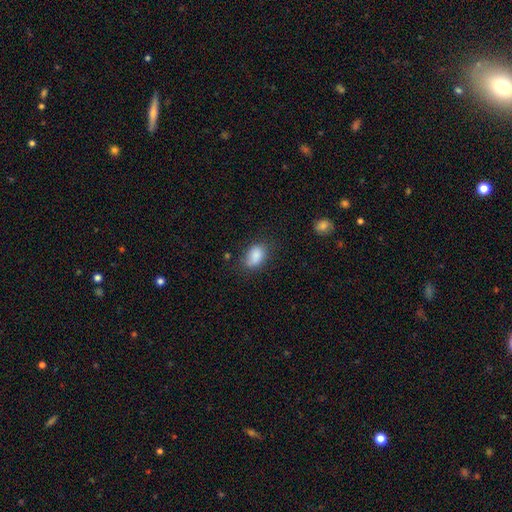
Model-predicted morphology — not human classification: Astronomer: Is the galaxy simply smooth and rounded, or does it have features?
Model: smooth — 85%.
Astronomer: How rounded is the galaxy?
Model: in between — 85%.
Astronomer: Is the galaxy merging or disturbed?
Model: none — 61%.